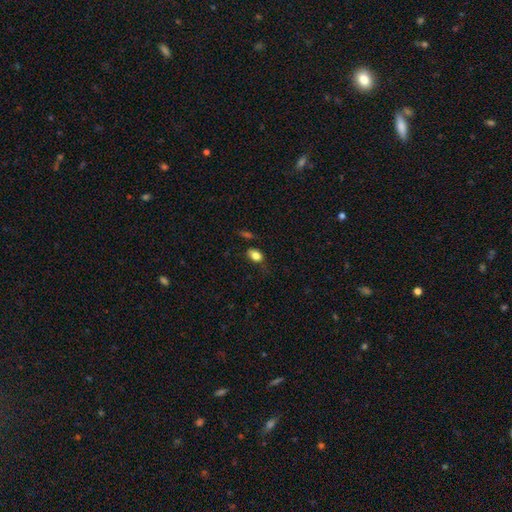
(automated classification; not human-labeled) Smooth or featured?
  - smooth: 81% *
  - star or artifact: 10%
  - featured or disk: 9%
How rounded?
  - in between: 79% *
  - round: 19%
  - cigar-shaped: 3%
Merging?
  - none: 56% *
  - minor disturbance: 29%
  - major disturbance: 11%
  - merger: 4%